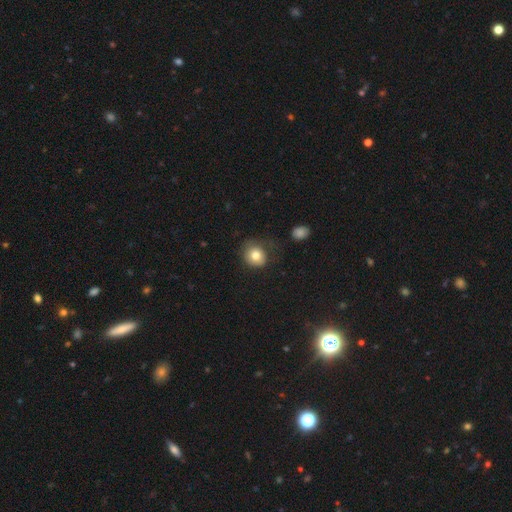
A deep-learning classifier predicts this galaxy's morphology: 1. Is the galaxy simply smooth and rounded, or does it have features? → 78% smooth, 12% featured or disk, 9% star or artifact.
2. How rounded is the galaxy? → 75% round, 24% in between, 1% cigar-shaped.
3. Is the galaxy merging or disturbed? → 62% none, 24% minor disturbance, 11% major disturbance, 2% merger.